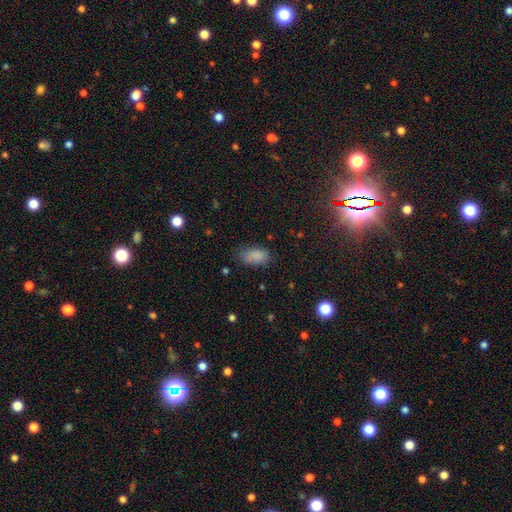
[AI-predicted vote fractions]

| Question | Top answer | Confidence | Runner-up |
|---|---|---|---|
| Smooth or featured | smooth | 85% | star or artifact (9%) |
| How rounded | in between | 92% | round (4%) |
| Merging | none | 70% | minor disturbance (22%) |